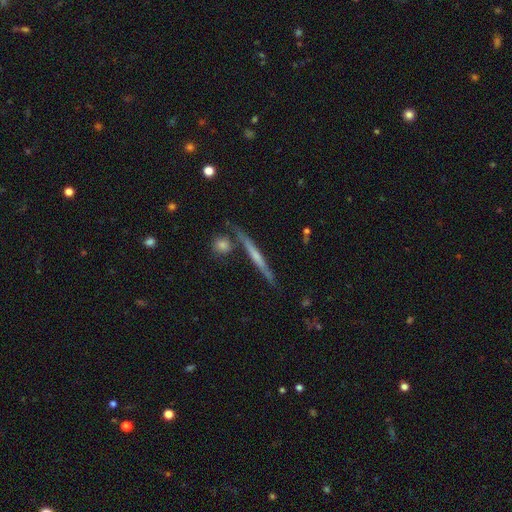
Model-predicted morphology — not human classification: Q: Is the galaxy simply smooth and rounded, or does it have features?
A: featured or disk — 61%.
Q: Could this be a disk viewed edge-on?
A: yes — 96%.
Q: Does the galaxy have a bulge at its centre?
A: none — 64%.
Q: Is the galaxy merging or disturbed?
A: none — 83%.